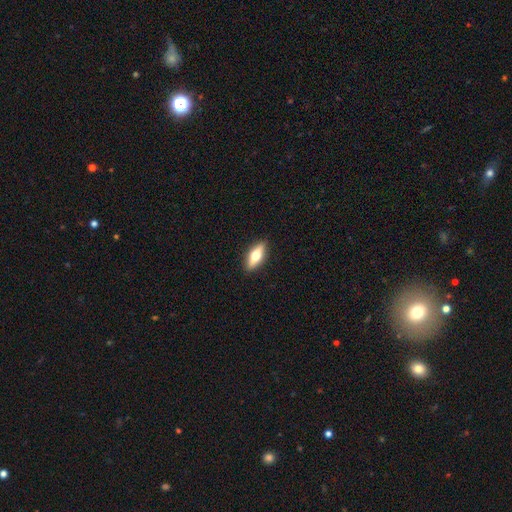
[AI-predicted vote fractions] smooth-or-featured: smooth: 50% | featured or disk: 43% | star or artifact: 6%
  how-rounded: in between: 62% | cigar-shaped: 35% | round: 4%
  merging: none: 90% | minor disturbance: 8% | major disturbance: 2% | merger: 1%